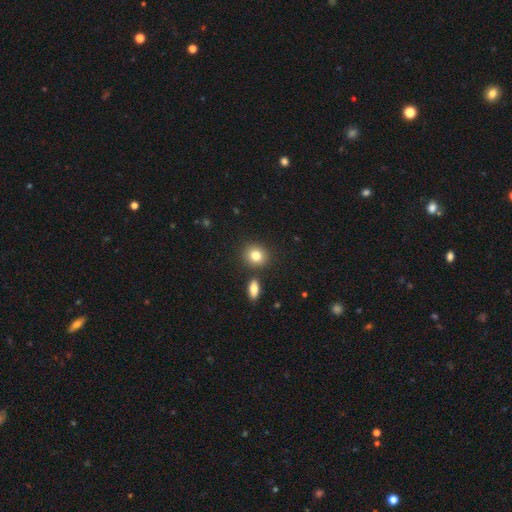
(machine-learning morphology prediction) smooth 81%, star or artifact 10%, featured or disk 9%. Down the decision tree: how rounded — round (78%); merging — none (81%).